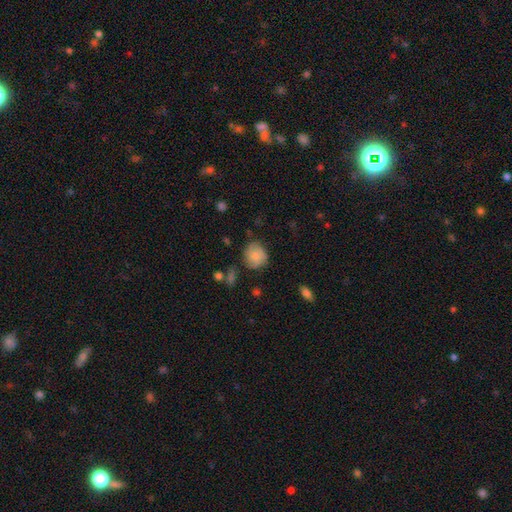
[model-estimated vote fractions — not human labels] smooth_or_featured: smooth (p=0.68) [alt: featured or disk p=0.24]
how_rounded: round (p=0.78) [alt: in between p=0.21]
merging: none (p=0.67) [alt: minor disturbance p=0.24]